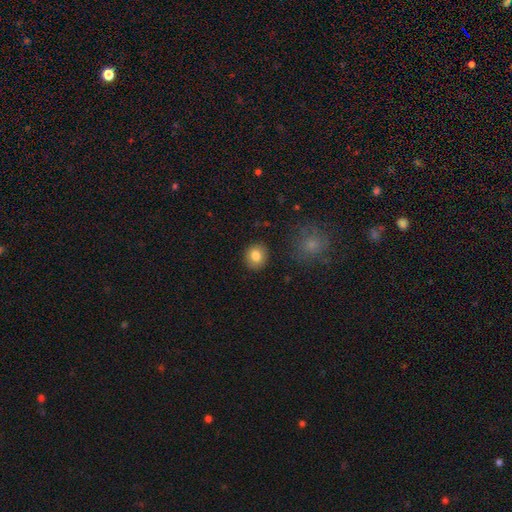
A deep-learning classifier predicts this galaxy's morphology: Smooth or featured: smooth — 82% (star or artifact — 9%)
How rounded: round — 78% (in between — 21%)
Merging: none — 89% (minor disturbance — 7%)